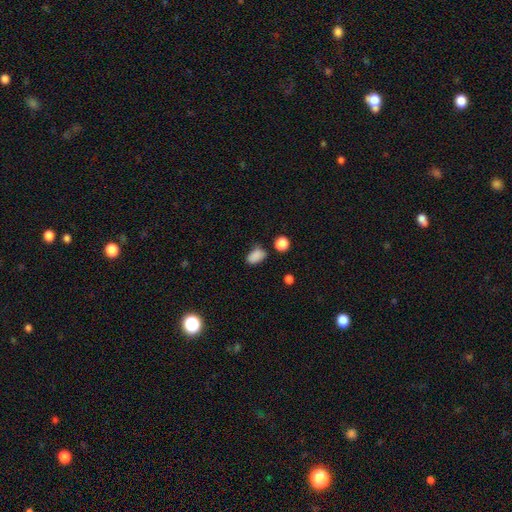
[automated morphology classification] This appears to be a smooth galaxy with no disk features (86%) that is in between round and cigar-shaped (87%). Merging: none (67%).